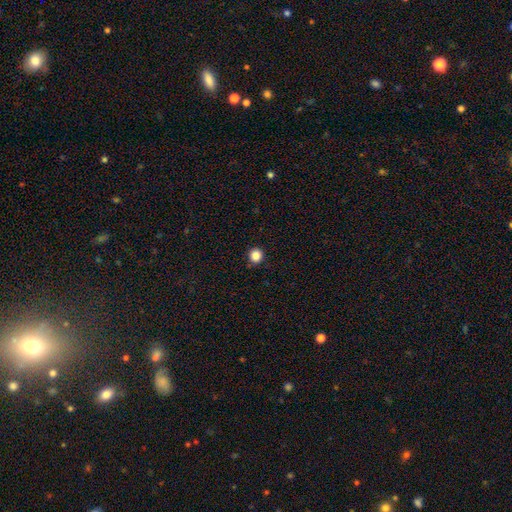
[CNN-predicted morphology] Overall: smooth (86%). How rounded: round (90%). Merging: none (91%).